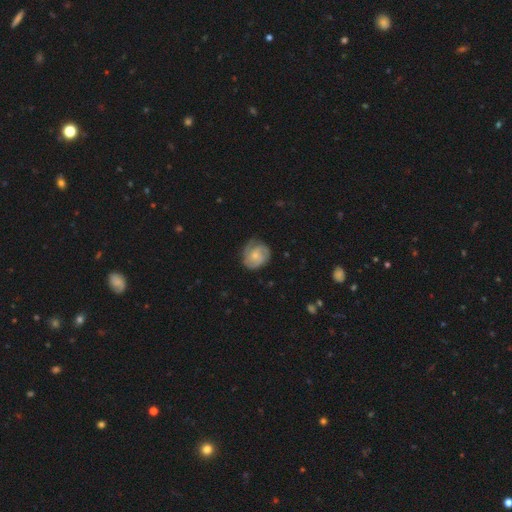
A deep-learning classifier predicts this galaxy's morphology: smooth-or-featured: featured or disk: 67% | smooth: 27% | star or artifact: 6%
  disk-edge-on: no: 98% | yes: 2%
    bar: no: 72% | weak: 25% | strong: 3%
    has-spiral-arms: yes: 94% | no: 6%
      spiral-winding: tight: 54% | medium: 36% | loose: 10%
      spiral-arm-count: 3: 34% (tied) | 2: 34% (tied) | can't tell: 20% | 1: 5% | 4: 5% | more than 4: 3%
    bulge-size: small: 54% | moderate: 34% | none: 8% | large: 3% | dominant: 1%
  merging: none: 71% | minor disturbance: 21% | major disturbance: 7% | merger: 1%